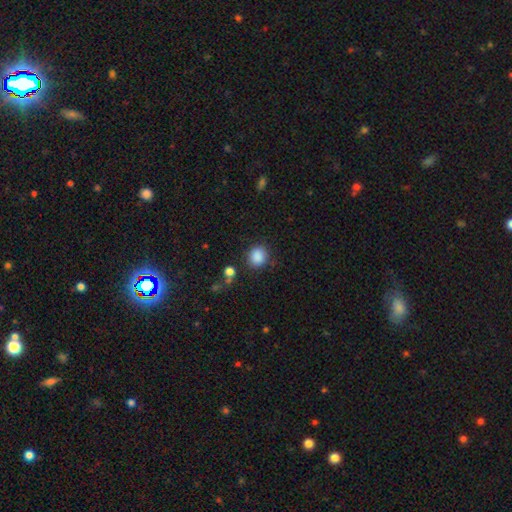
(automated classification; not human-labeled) smooth_or_featured: smooth (p=0.87) [alt: star or artifact p=0.09]
how_rounded: round (p=0.75) [alt: in between p=0.24]
merging: none (p=0.81) [alt: minor disturbance p=0.11]